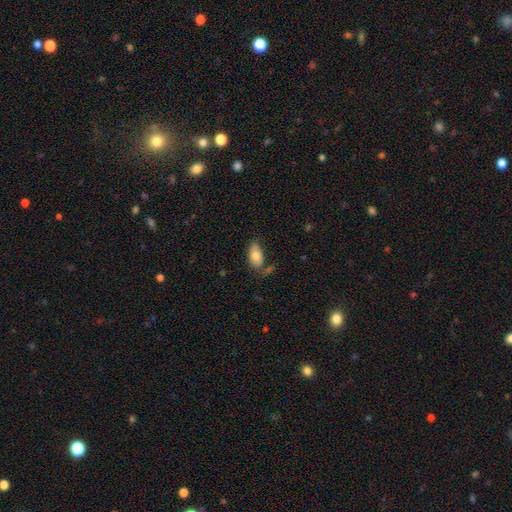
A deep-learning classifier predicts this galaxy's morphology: Smooth or featured? smooth (78%)
How rounded? in between (93%)
Merging? none (63%)